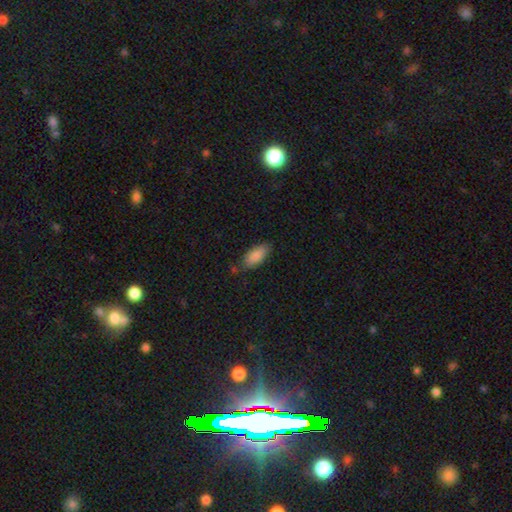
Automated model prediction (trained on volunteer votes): Smooth or featured: smooth — 87% (featured or disk — 7%)
How rounded: in between — 89% (cigar-shaped — 10%)
Merging: none — 72% (minor disturbance — 20%)